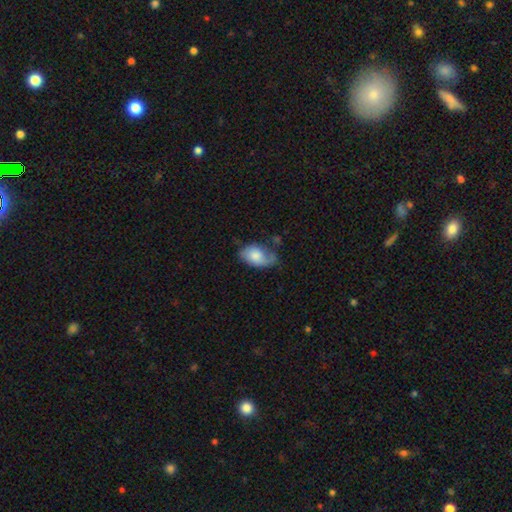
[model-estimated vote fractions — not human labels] A smooth galaxy with no disk features (64%) that is in between round and cigar-shaped (89%).

Vote fractions:
- Smooth or featured? smooth: 64% / featured or disk: 29% / star or artifact: 7%
- How rounded? in between: 89% / round: 9% / cigar-shaped: 2%
- Merging? none: 38% / minor disturbance: 35% / major disturbance: 22% / merger: 5%